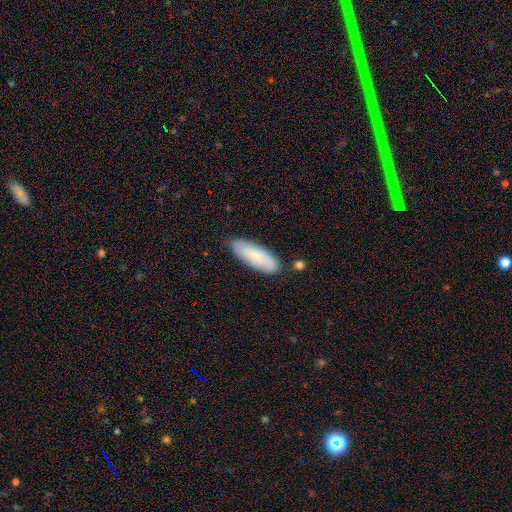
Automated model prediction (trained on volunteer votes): smooth 70%, featured or disk 24%, star or artifact 6%. Down the decision tree: how rounded — in between (63%); merging — none (83%).